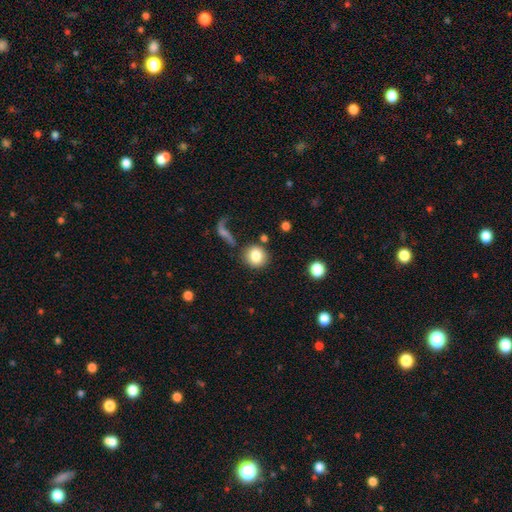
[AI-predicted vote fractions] The model was most divided on "merging": none: 77%, minor disturbance: 11%, merger: 7%, major disturbance: 6%. More confident: how rounded — round (87%); smooth or featured — smooth (82%).